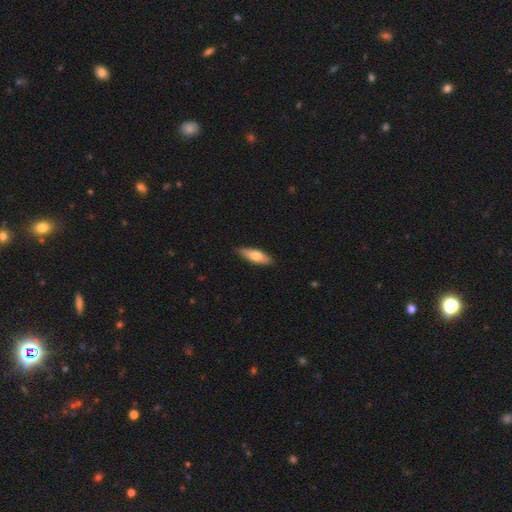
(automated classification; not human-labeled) The model was most divided on "how rounded": cigar-shaped: 50%, in between: 48%, round: 2%. More confident: merging — none (86%); smooth or featured — smooth (67%).